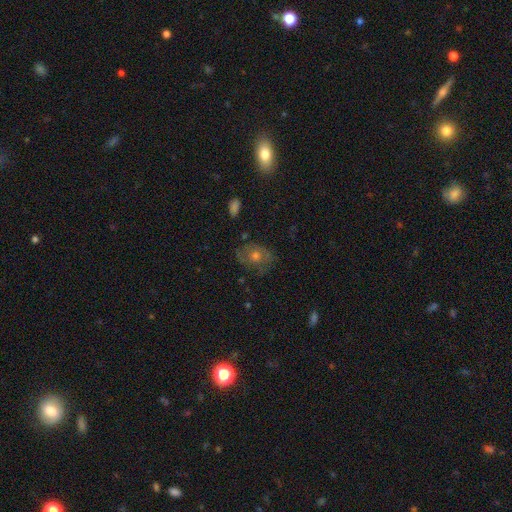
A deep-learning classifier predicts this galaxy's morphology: type=featured or disk (50%); merging=none (72%).